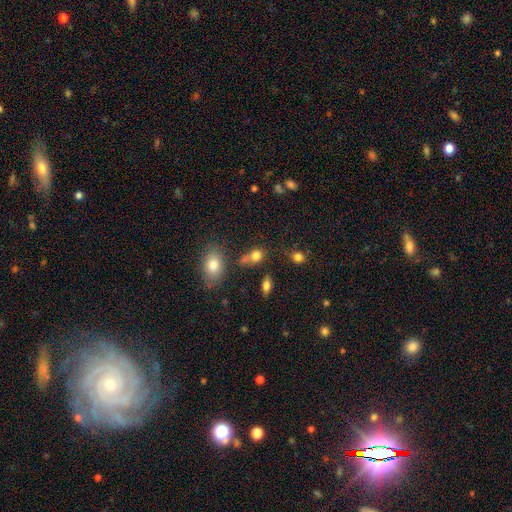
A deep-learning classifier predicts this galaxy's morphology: A smooth galaxy with no disk features (79%) that is in between round and cigar-shaped (56%). Merging: none (49%).